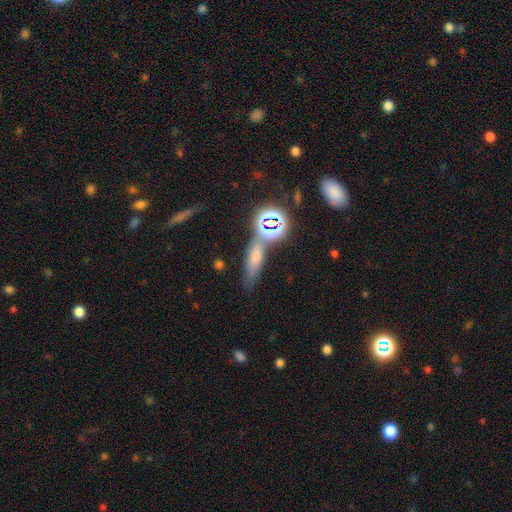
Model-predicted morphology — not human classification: Smooth or featured?
  - smooth: 48% *
  - star or artifact: 32%
  - featured or disk: 20%
Merging?
  - none: 69% *
  - minor disturbance: 13%
  - merger: 13%
  - major disturbance: 5%